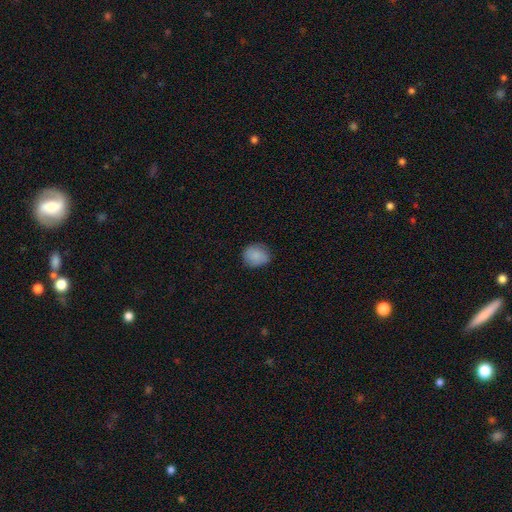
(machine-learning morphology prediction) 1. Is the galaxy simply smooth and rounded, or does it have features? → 85% smooth, 8% star or artifact, 7% featured or disk.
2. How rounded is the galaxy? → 71% round, 28% in between, 1% cigar-shaped.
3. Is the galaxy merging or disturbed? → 79% none, 17% minor disturbance, 4% major disturbance, 1% merger.